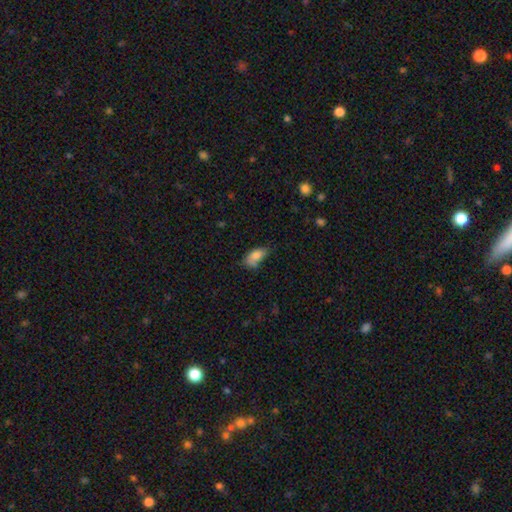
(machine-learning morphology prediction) Smooth or featured?
  - smooth: 77% *
  - featured or disk: 14%
  - star or artifact: 9%
How rounded?
  - in between: 89% *
  - cigar-shaped: 6%
  - round: 5%
Merging?
  - none: 44% *
  - minor disturbance: 34%
  - major disturbance: 12%
  - merger: 10%